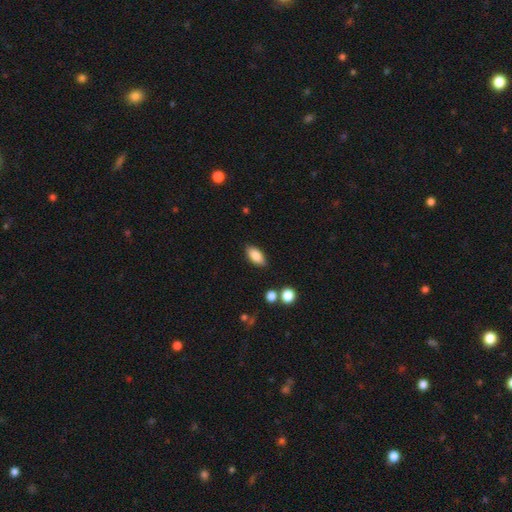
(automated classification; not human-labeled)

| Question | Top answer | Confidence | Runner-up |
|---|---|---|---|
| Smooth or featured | smooth | 83% | featured or disk (10%) |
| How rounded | in between | 87% | cigar-shaped (10%) |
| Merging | none | 84% | minor disturbance (11%) |